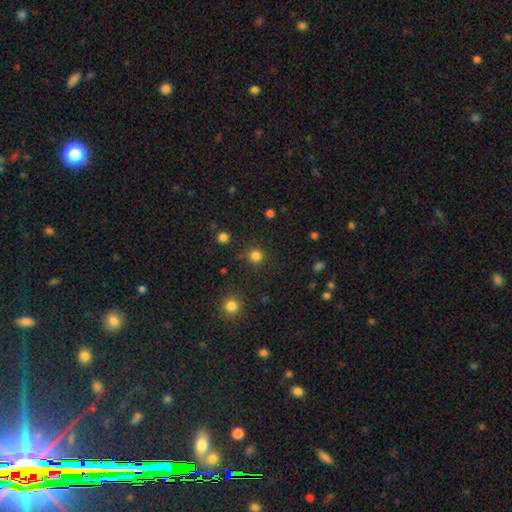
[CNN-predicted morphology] Q: Smooth or featured?
A: smooth (81%); runner-up: star or artifact (15%)
Q: How rounded?
A: round (94%); runner-up: in between (5%)
Q: Merging?
A: none (85%); runner-up: minor disturbance (9%)